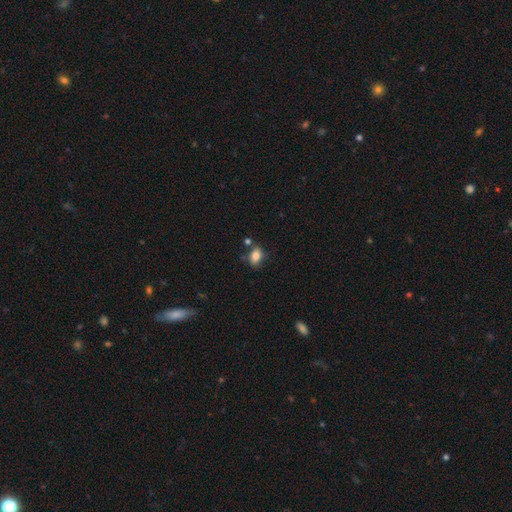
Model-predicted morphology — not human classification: smooth-or-featured: smooth: 82% | star or artifact: 9% | featured or disk: 9%
  how-rounded: in between: 81% | round: 17% | cigar-shaped: 2%
  merging: none: 69% | minor disturbance: 18% | merger: 9% | major disturbance: 4%